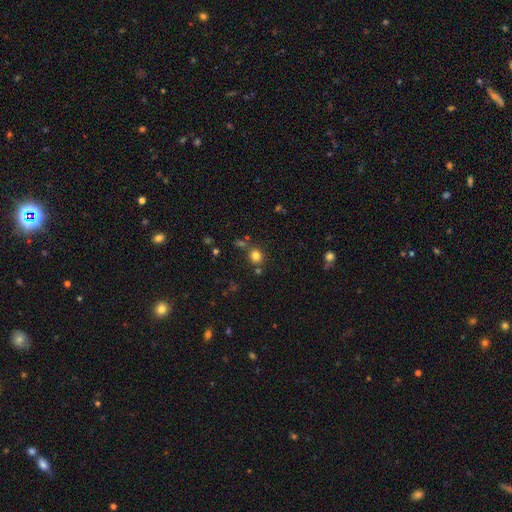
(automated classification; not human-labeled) Smooth or featured: smooth — 79% (star or artifact — 15%)
How rounded: round — 80% (in between — 19%)
Merging: none — 77% (merger — 10%)